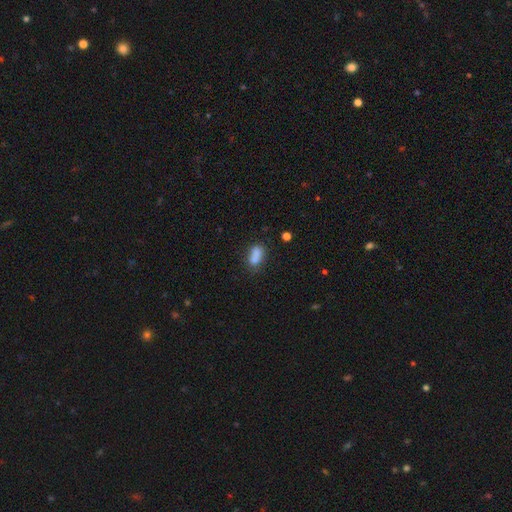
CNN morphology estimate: This appears to be a smooth galaxy with no disk features (78%) that is in between round and cigar-shaped (83%). Merging: none (48%).